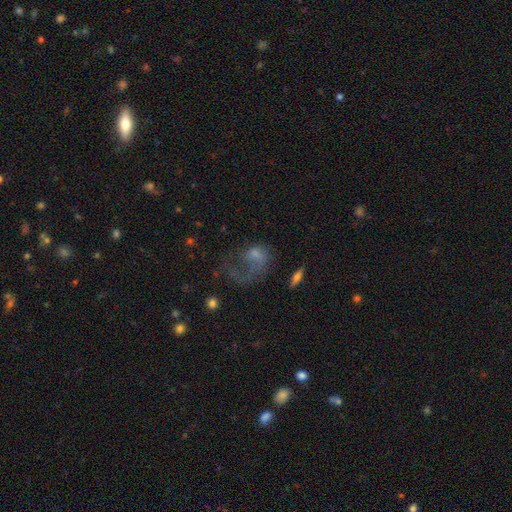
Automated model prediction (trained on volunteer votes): A smooth galaxy with no disk features (47%).

Vote fractions:
- Smooth or featured? smooth: 47% / featured or disk: 41% / star or artifact: 12%
- Merging? major disturbance: 62% / none: 21% / minor disturbance: 12% / merger: 5%